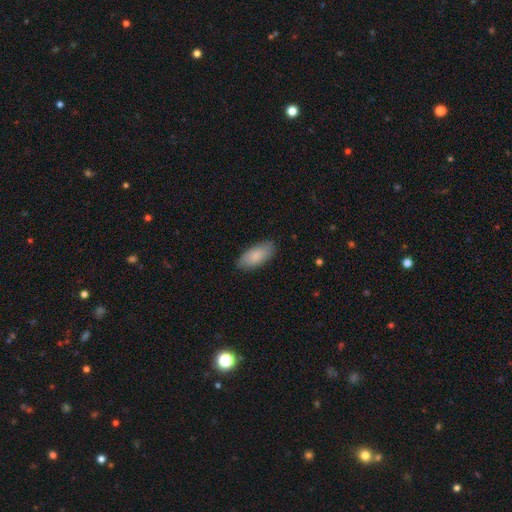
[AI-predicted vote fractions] A smooth galaxy with no disk features (81%) that is in between round and cigar-shaped (88%). Merging: none (82%).